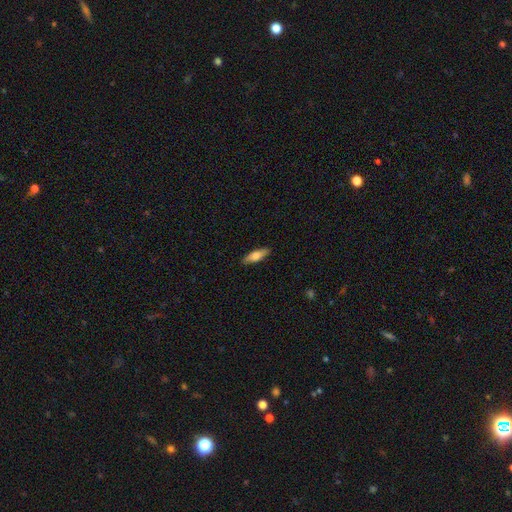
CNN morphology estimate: smooth-or-featured: smooth: 69% | featured or disk: 25% | star or artifact: 6%
  how-rounded: cigar-shaped: 50% | in between: 48% | round: 2%
  merging: none: 89% | minor disturbance: 8% | major disturbance: 2% | merger: 1%